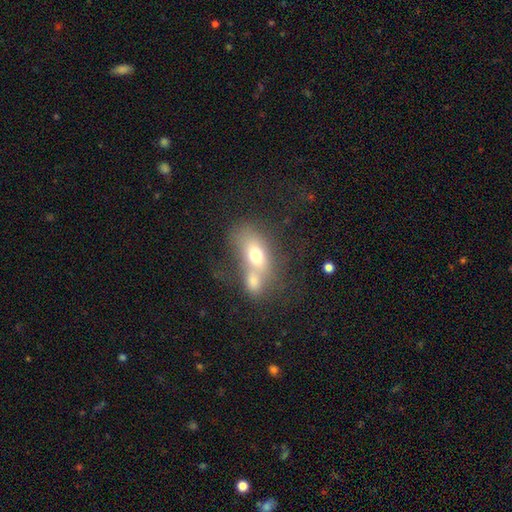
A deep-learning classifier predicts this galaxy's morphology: Smooth or featured: smooth — 64% (featured or disk — 26%)
How rounded: in between — 79% (round — 16%)
Merging: merger — 59% (none — 21%)